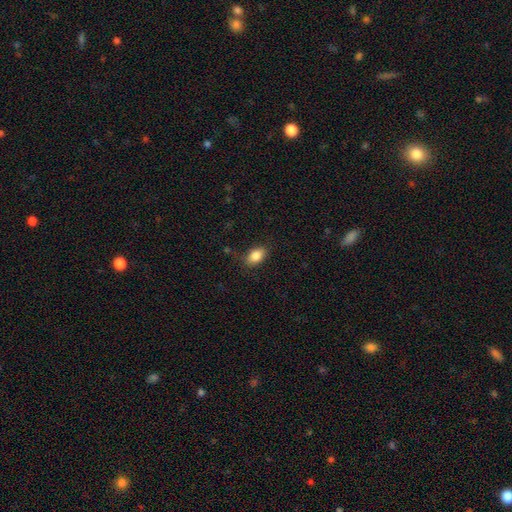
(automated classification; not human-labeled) This appears to be a smooth galaxy with no disk features (85%) that is in between round and cigar-shaped (88%). Merging: none (82%).